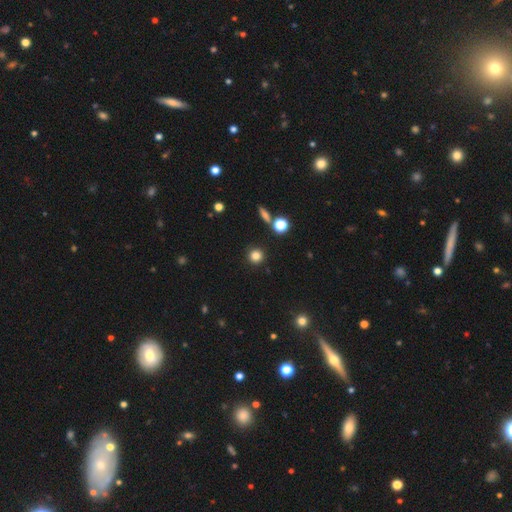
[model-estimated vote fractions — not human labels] The model was most divided on "smooth or featured": smooth: 82%, star or artifact: 13%, featured or disk: 5%. More confident: how rounded — round (93%); merging — none (89%).